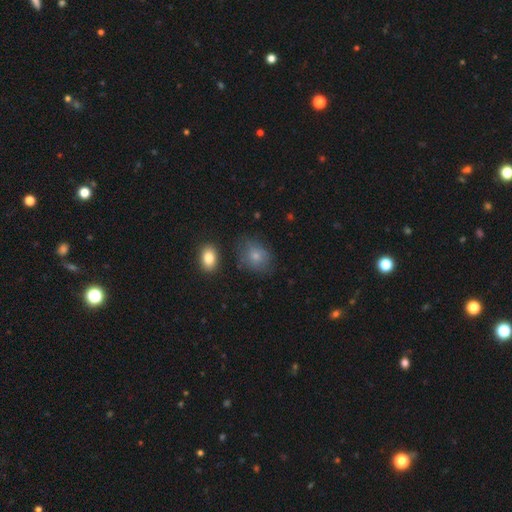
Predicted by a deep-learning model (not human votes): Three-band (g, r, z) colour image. It shows a smooth galaxy with no disk features (75%) that is in between round and cigar-shaped (56%). Merging: none (65%).